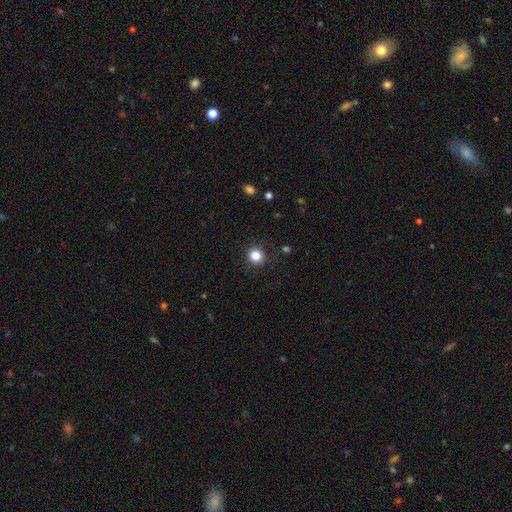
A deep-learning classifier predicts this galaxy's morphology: This is clearly a smooth galaxy (85%). How rounded: clearly round (94%). Merging: clearly none (91%).